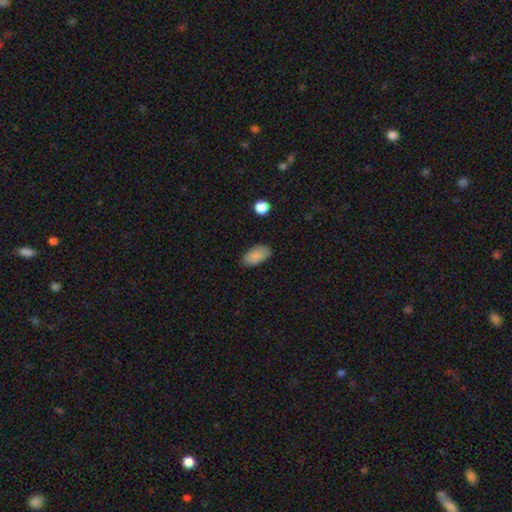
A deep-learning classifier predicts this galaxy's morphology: smooth-or-featured: smooth: 86% | star or artifact: 7% | featured or disk: 6%
  how-rounded: in between: 93% | round: 4% | cigar-shaped: 2%
  merging: none: 82% | minor disturbance: 13% | major disturbance: 3% | merger: 1%